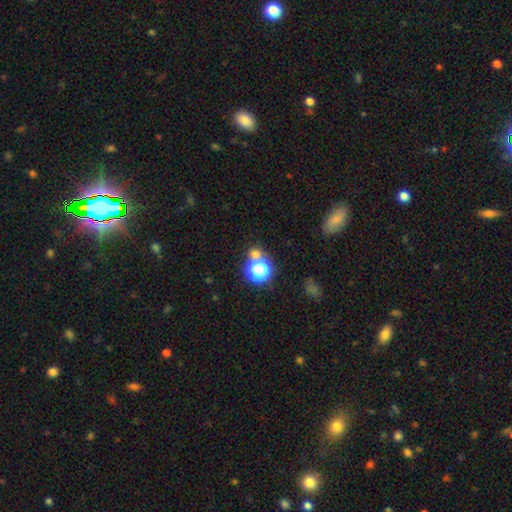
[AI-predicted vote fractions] Smooth or featured? Predicted: smooth (p=0.60). How rounded? Predicted: round (p=0.83). Merging? Predicted: none (p=0.61).